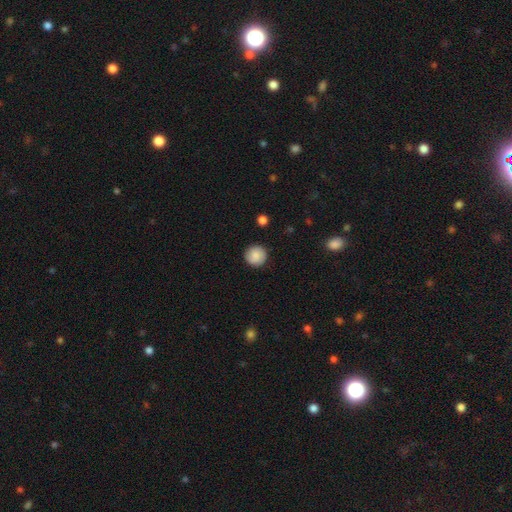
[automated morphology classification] This appears to be a smooth galaxy with no disk features (77%) that is round (94%). Merging: none (88%).